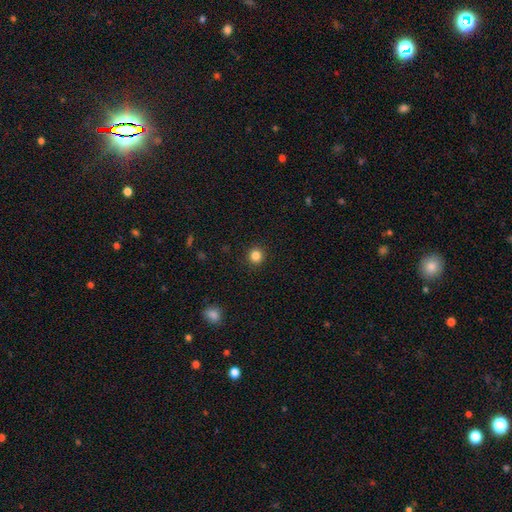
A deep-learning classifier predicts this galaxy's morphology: Smooth or featured: smooth — 85% (star or artifact — 12%)
How rounded: round — 94% (in between — 5%)
Merging: none — 92% (minor disturbance — 5%)